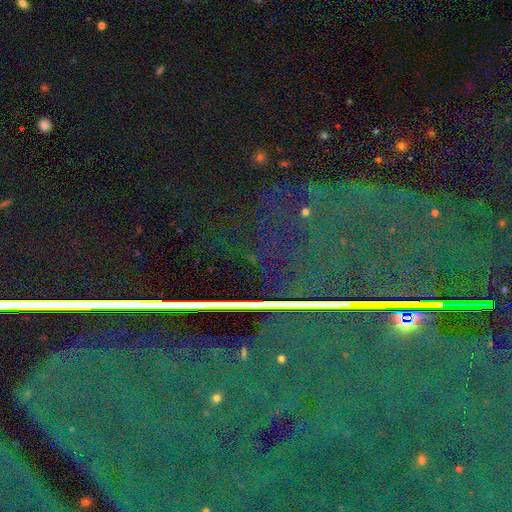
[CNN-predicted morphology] This is clearly a star or artifact rather than a galaxy (86%).